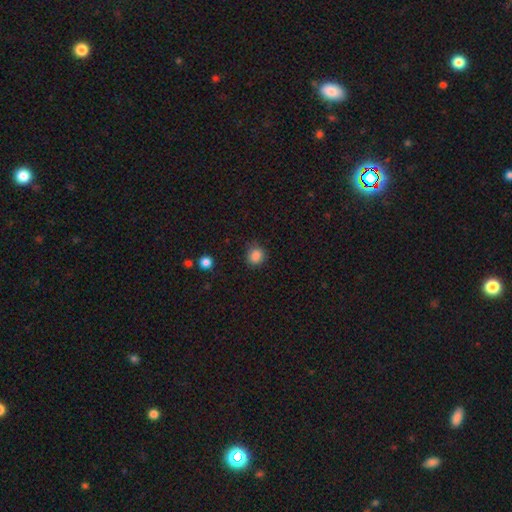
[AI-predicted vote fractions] Overall: smooth (86%). How rounded: round (76%). Merging: none (77%).